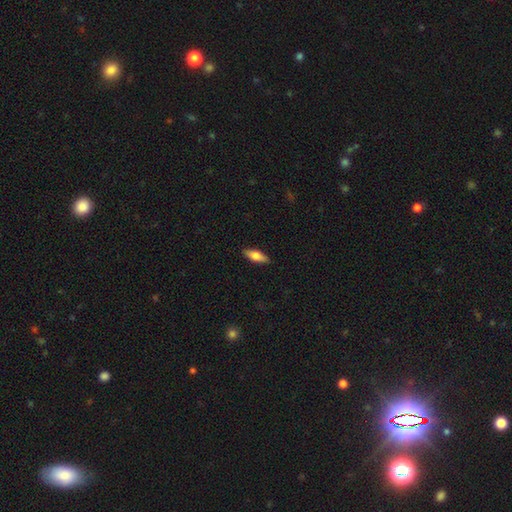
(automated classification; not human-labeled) A smooth galaxy with no disk features (68%) that is in between round and cigar-shaped (61%). Merging: none (90%).